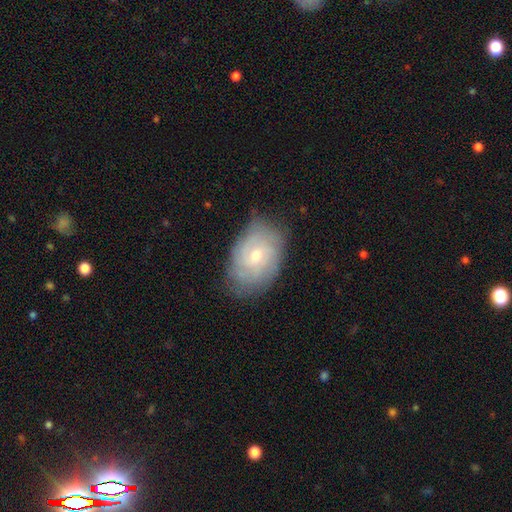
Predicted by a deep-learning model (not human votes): smooth-or-featured: featured or disk: 63% | smooth: 29% | star or artifact: 8%
  disk-edge-on: no: 95% | yes: 5%
    bar: no: 63% | weak: 33% | strong: 4%
    has-spiral-arms: yes: 85% | no: 15%
      spiral-winding: tight: 65% | medium: 27% | loose: 8%
      spiral-arm-count: can't tell: 53% | 2: 18% | 3: 12% | 4: 8% | more than 4: 4% | 1: 4%
    bulge-size: moderate: 49% | small: 47% | large: 2% | none: 1% | dominant: 1%
  merging: none: 74% | minor disturbance: 20% | major disturbance: 5% | merger: 1%